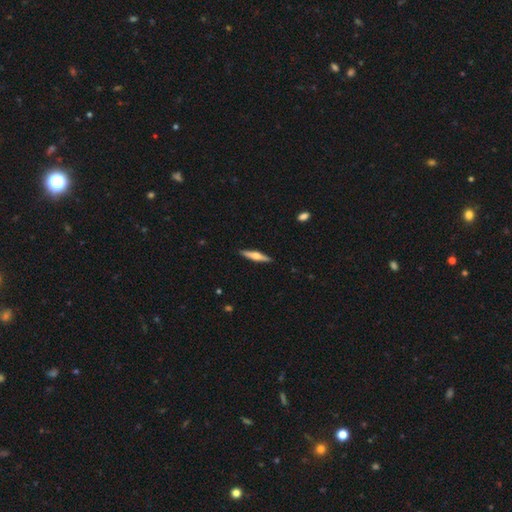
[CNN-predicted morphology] featured or disk 57%, smooth 37%, star or artifact 5%. Down the decision tree: edge-on disk — yes (96%); edge-on bulge — rounded (92%); merging — none (91%).